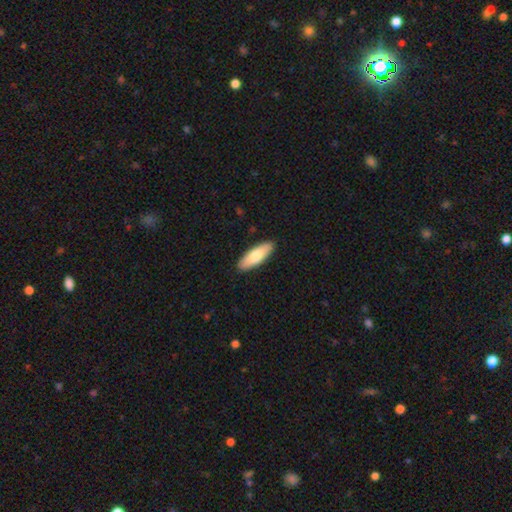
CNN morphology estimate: Smooth or featured? smooth (77%)
How rounded? in between (59%)
Merging? none (90%)